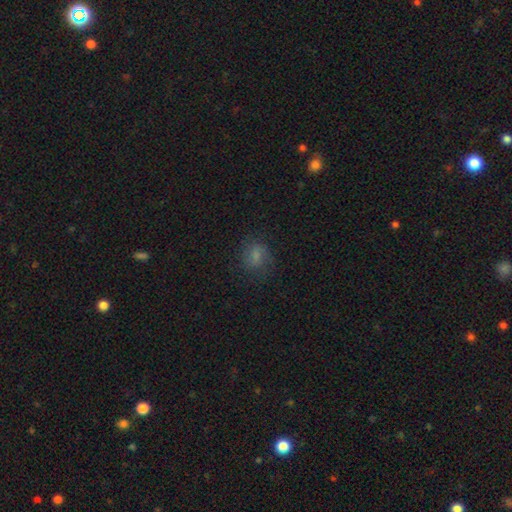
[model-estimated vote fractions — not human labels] The model was most divided on "how rounded": round: 58%, in between: 40%, cigar-shaped: 1%. More confident: merging — none (71%); smooth or featured — smooth (66%).